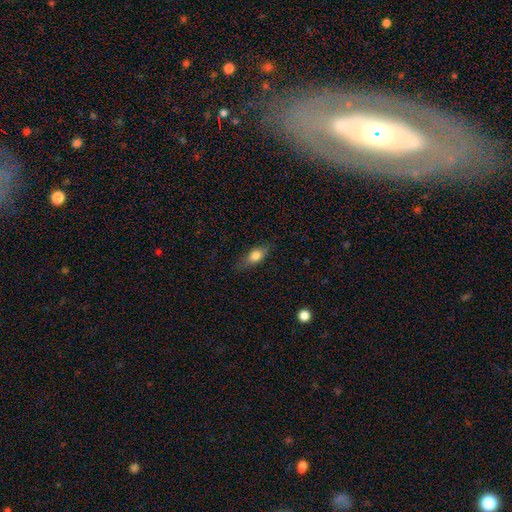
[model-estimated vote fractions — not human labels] A smooth galaxy with no disk features (74%) that is in between round and cigar-shaped (76%). Merging: none (74%).